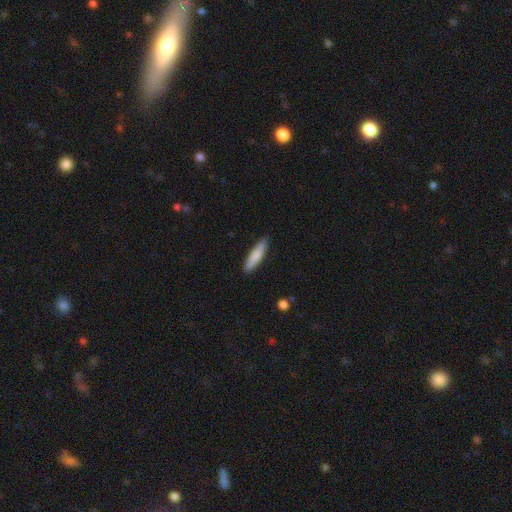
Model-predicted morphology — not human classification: smooth 80%, featured or disk 14%, star or artifact 5%. Down the decision tree: how rounded — cigar-shaped (77%); merging — none (88%).